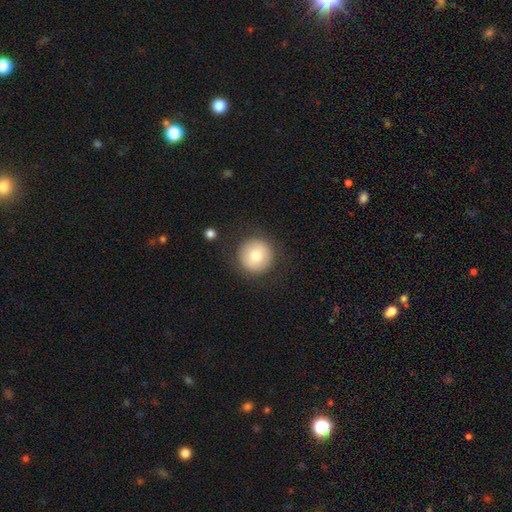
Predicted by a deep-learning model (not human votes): Overall: smooth (77%). How rounded: round (96%). Merging: none (87%).